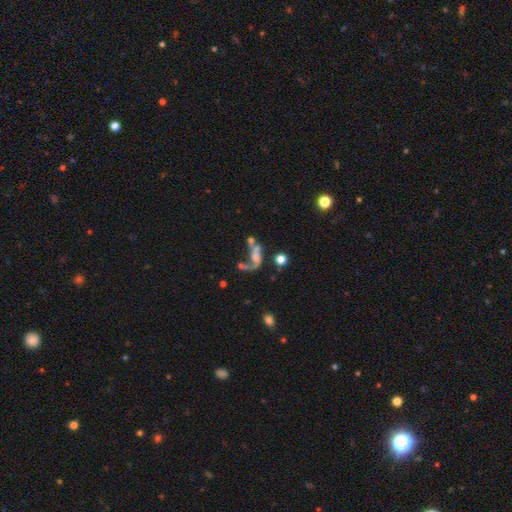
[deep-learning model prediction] smooth_or_featured: featured or disk (p=0.57) [alt: smooth p=0.29]
disk_edge_on: no (p=0.95) [alt: yes p=0.05]
bar: no (p=0.72) [alt: weak p=0.19]
has_spiral_arms: yes (p=0.60) [alt: no p=0.40]
bulge_size: none (p=0.57) [alt: small p=0.22]
merging: merger (p=0.34) [tied with: major disturbance p=0.34]